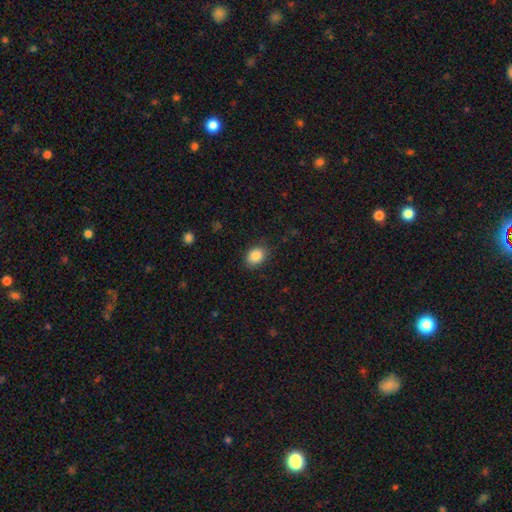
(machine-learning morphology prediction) The model was most divided on "how rounded": in between: 64%, round: 36%, cigar-shaped: 1%. More confident: smooth or featured — smooth (87%); merging — none (83%).